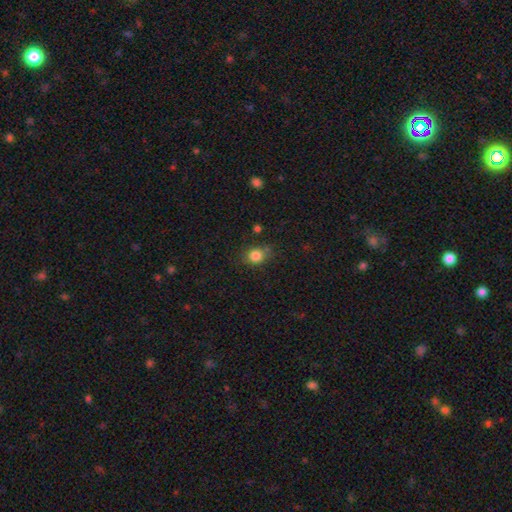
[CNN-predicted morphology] The model was most divided on "how rounded": round: 73%, in between: 26%, cigar-shaped: 1%. More confident: smooth or featured — smooth (83%); merging — none (74%).